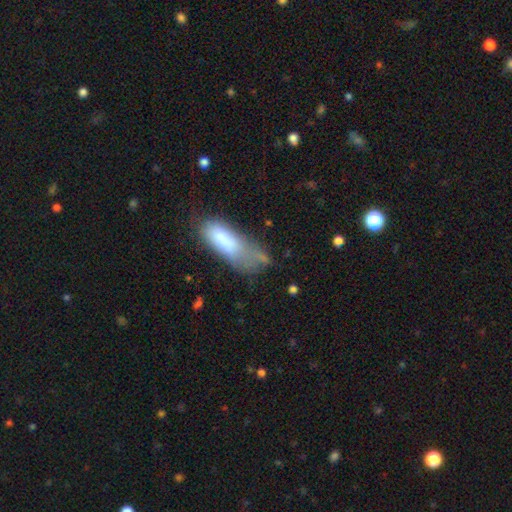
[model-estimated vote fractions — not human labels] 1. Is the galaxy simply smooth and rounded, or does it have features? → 71% smooth, 19% featured or disk, 9% star or artifact.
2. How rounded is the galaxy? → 69% in between, 28% cigar-shaped, 3% round.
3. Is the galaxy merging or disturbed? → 40% major disturbance, 28% minor disturbance, 20% none, 12% merger.